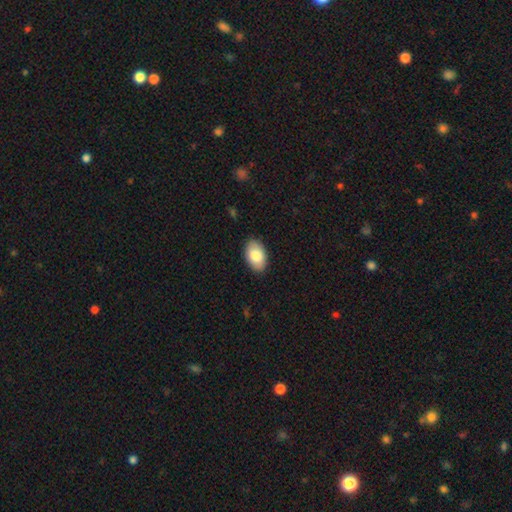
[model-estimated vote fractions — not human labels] Q: Smooth or featured?
A: smooth (83%); runner-up: featured or disk (11%)
Q: How rounded?
A: in between (93%); runner-up: round (6%)
Q: Merging?
A: none (88%); runner-up: minor disturbance (9%)